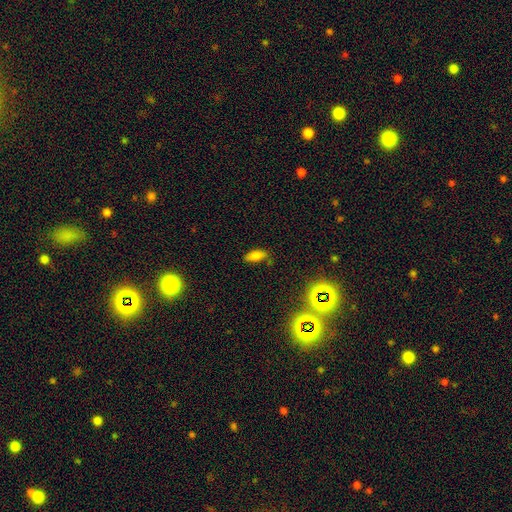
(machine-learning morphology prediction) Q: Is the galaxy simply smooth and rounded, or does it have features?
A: smooth — 75%.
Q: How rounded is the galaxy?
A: in between — 80%.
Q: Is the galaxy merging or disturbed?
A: none — 72%.